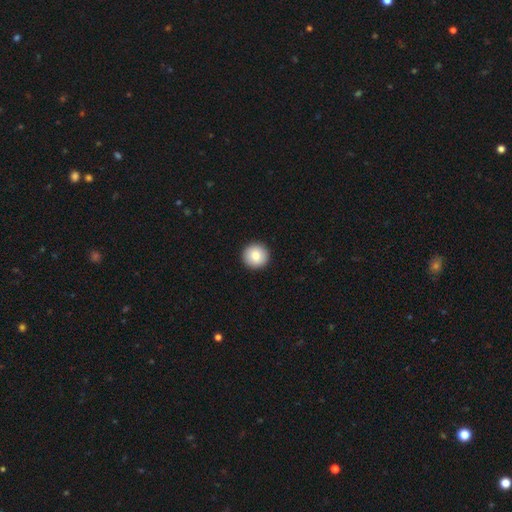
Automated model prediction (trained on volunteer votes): This appears to be a smooth galaxy with no disk features (84%) that is round (96%). Merging: none (94%).